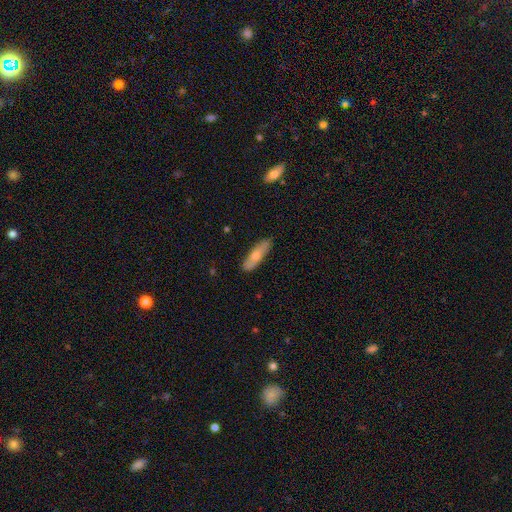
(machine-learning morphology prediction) Smooth or featured? smooth (70%)
How rounded? cigar-shaped (63%)
Merging? none (84%)